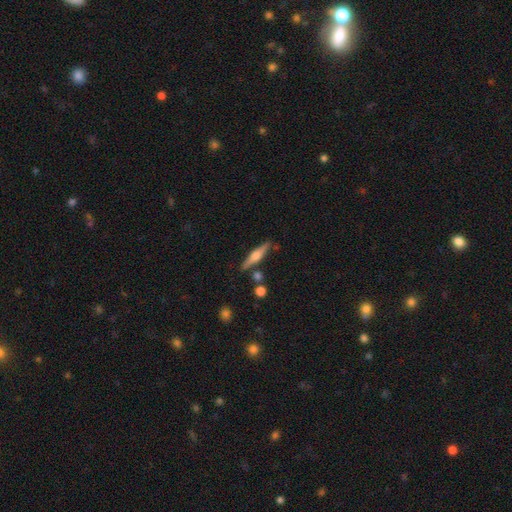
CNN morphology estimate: featured or disk 67%, smooth 27%, star or artifact 6%. Down the decision tree: edge-on disk — yes (97%); edge-on bulge — rounded (86%); merging — none (84%).